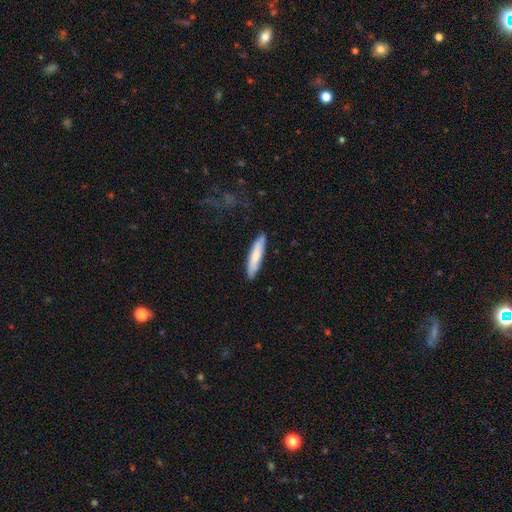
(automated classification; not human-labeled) This appears to be a smooth galaxy with no disk features (76%) that is cigar-shaped (85%). Merging: none (87%).